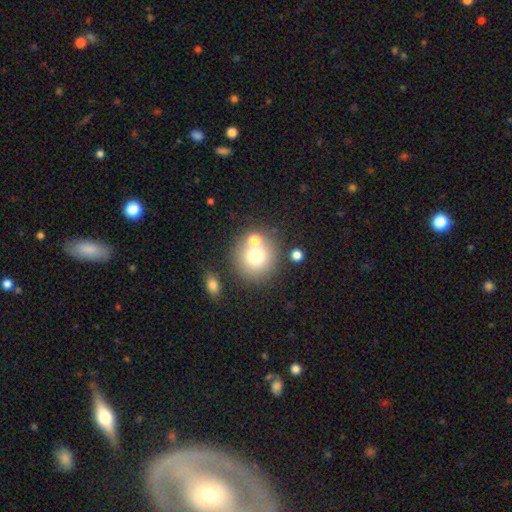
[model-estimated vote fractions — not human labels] Q: Smooth or featured?
A: smooth (71%); runner-up: featured or disk (16%)
Q: How rounded?
A: round (89%); runner-up: in between (10%)
Q: Merging?
A: none (62%); runner-up: merger (25%)